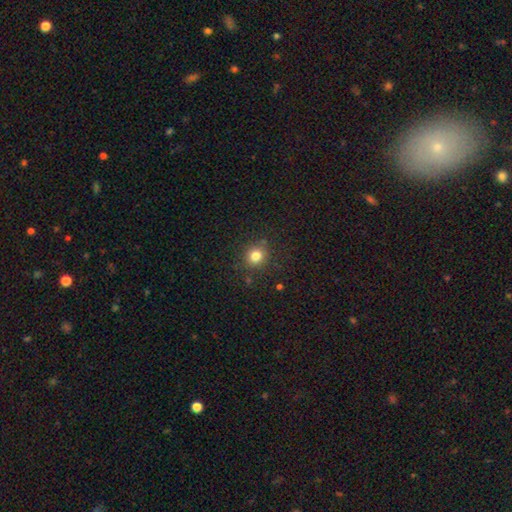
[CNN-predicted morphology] This appears to be a smooth galaxy with no disk features (81%) that is round (85%). Merging: none (85%).